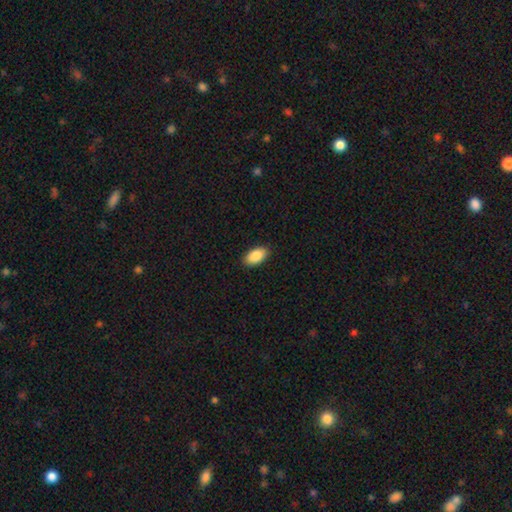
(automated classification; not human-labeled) Q: Smooth or featured?
A: smooth (89%); runner-up: star or artifact (6%)
Q: How rounded?
A: in between (95%); runner-up: round (3%)
Q: Merging?
A: none (90%); runner-up: minor disturbance (8%)